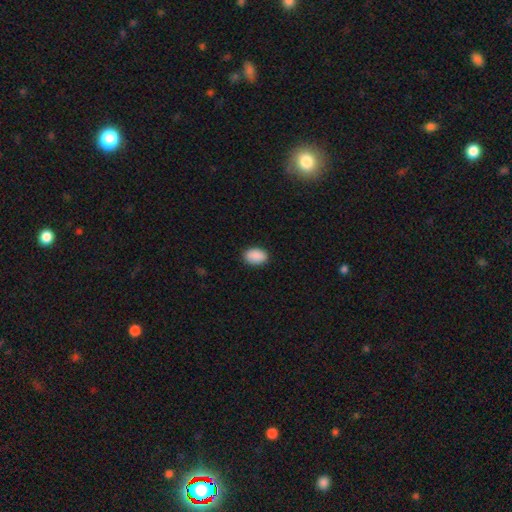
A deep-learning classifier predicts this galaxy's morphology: This is clearly a smooth galaxy (90%). How rounded: clearly in between (84%). Merging: clearly none (88%).